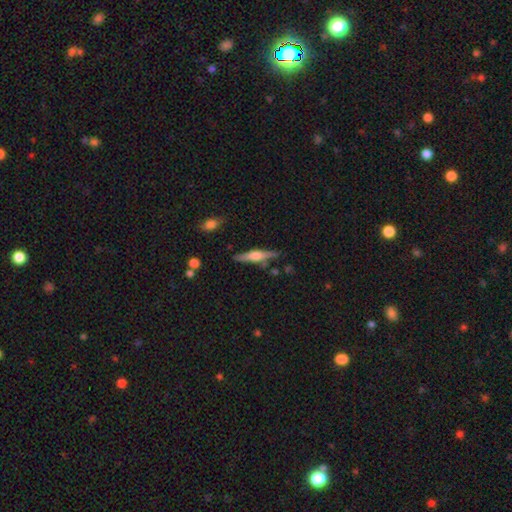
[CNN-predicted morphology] Smooth or featured? featured or disk (60%)
Edge-on disk? yes (96%)
Edge-on bulge? rounded (78%)
Merging? none (82%)